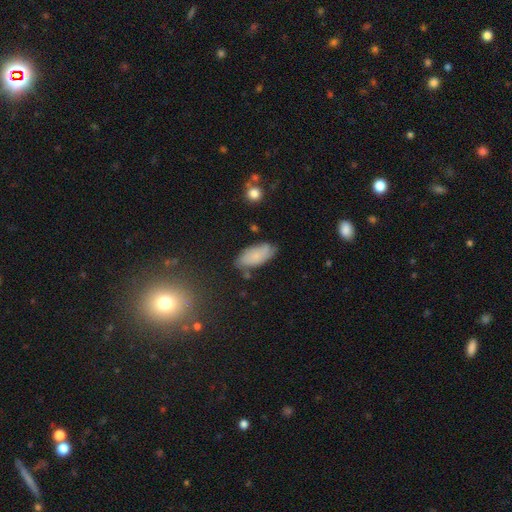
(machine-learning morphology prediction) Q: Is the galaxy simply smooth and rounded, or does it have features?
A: smooth — 72%.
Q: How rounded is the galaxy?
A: in between — 86%.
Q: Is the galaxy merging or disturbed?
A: none — 73%.